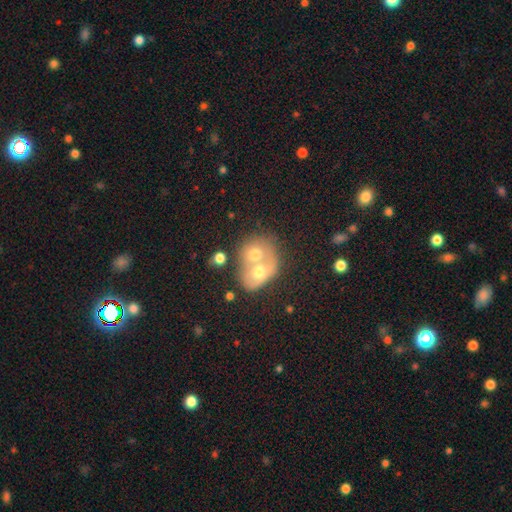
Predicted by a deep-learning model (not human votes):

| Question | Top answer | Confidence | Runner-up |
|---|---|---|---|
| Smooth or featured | smooth | 53% | featured or disk (38%) |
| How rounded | round | 52% | in between (47%) |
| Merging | merger | 73% | none (16%) |